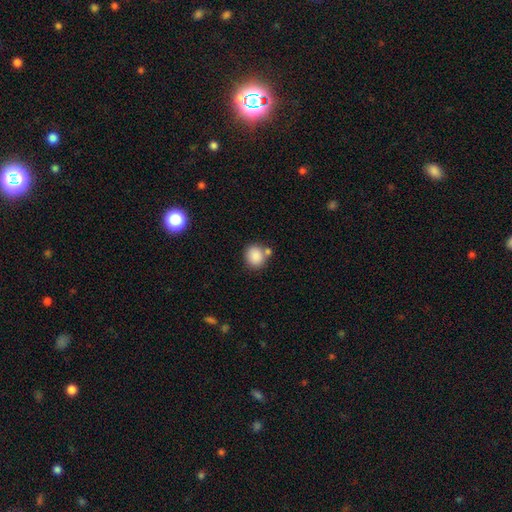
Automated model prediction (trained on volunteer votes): Smooth or featured? smooth (86%)
How rounded? round (77%)
Merging? none (65%)